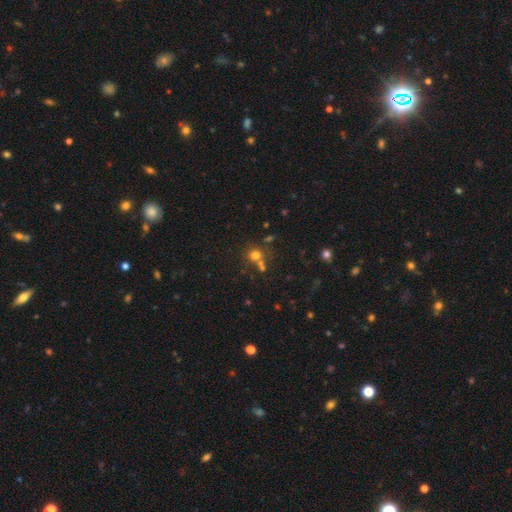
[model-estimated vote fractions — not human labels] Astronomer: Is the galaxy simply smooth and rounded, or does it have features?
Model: smooth — 69%.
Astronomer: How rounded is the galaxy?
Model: round — 86%.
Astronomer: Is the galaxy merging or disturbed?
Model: none — 58%.